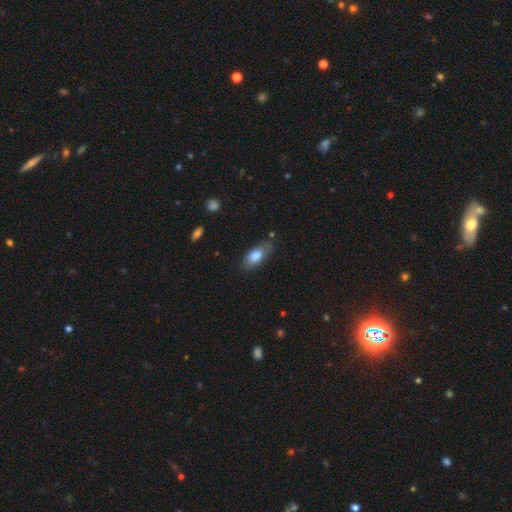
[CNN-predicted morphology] smooth-or-featured: smooth: 81% | featured or disk: 13% | star or artifact: 7%
  how-rounded: in between: 85% | cigar-shaped: 11% | round: 4%
  merging: none: 69% | minor disturbance: 23% | major disturbance: 5% | merger: 3%